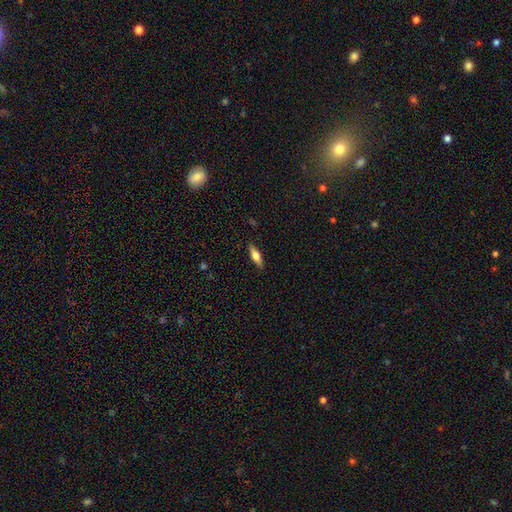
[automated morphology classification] Smooth or featured? Predicted: smooth (p=0.57). How rounded? Predicted: cigar-shaped (p=0.52). Merging? Predicted: none (p=0.88).